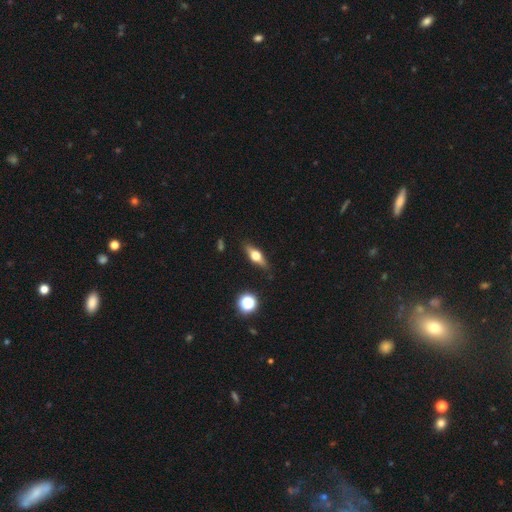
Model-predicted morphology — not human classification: This is possibly a featured or disk galaxy (53%). It is clearly viewed edge-on (91%). Merging: clearly none (85%).